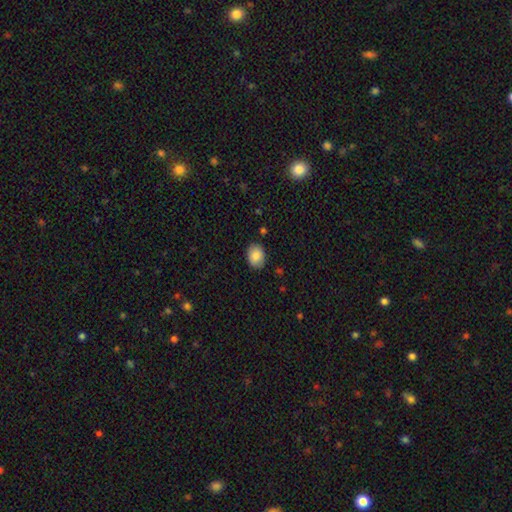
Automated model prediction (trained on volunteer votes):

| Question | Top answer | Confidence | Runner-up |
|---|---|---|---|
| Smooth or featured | smooth | 87% | star or artifact (7%) |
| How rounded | in between | 73% | round (26%) |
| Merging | none | 85% | minor disturbance (11%) |